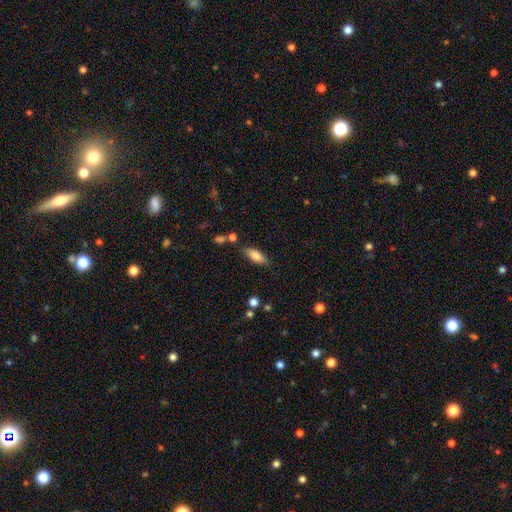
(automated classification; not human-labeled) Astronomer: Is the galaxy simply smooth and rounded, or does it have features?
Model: smooth — 76%.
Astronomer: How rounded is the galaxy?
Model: in between — 69%.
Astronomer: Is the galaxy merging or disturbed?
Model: none — 78%.